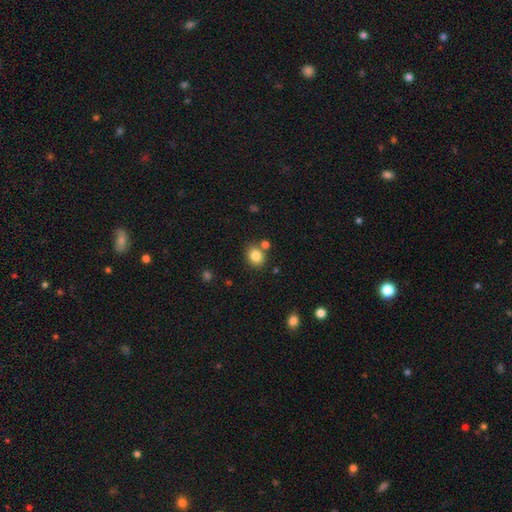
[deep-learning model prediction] Smooth or featured? Predicted: smooth (p=0.83). How rounded? Predicted: round (p=0.64). Merging? Predicted: none (p=0.74).